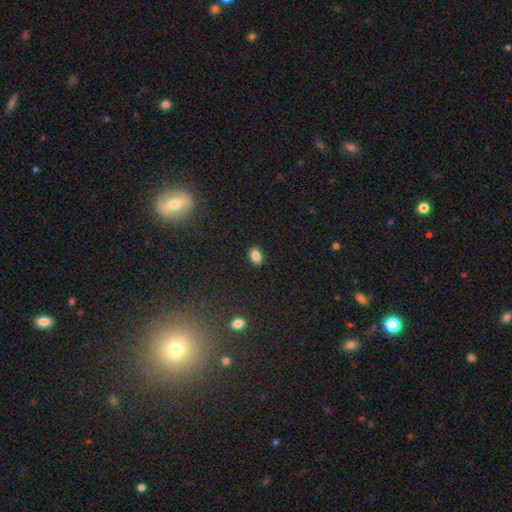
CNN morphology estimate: smooth 85%, star or artifact 10%, featured or disk 6%. Down the decision tree: how rounded — in between (83%); merging — none (88%).